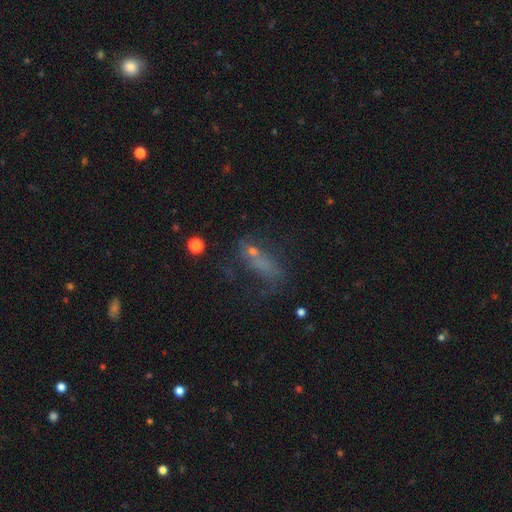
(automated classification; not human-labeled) A smooth galaxy with no disk features (43%). Merging: none (36%).